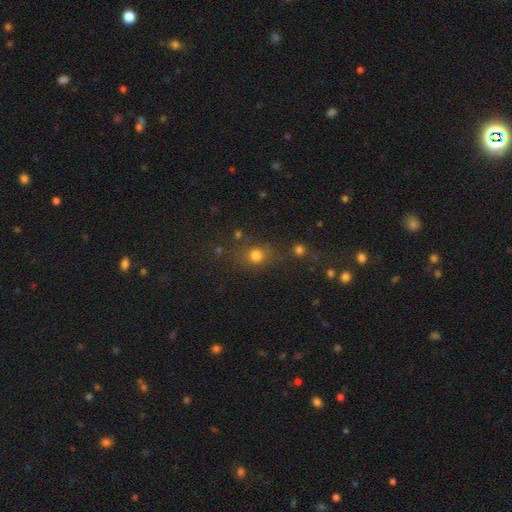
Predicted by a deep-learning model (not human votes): smooth-or-featured: smooth: 75% | star or artifact: 18% | featured or disk: 8%
  how-rounded: round: 71% | in between: 27% | cigar-shaped: 2%
  merging: none: 68% | minor disturbance: 14% | merger: 11% | major disturbance: 8%